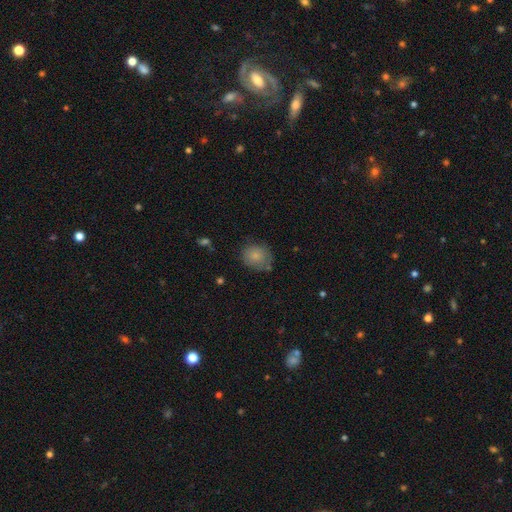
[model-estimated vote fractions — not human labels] A smooth galaxy with no disk features (81%) that is round (70%).

Vote fractions:
- Smooth or featured? smooth: 81% / featured or disk: 10% / star or artifact: 9%
- How rounded? round: 70% / in between: 29% / cigar-shaped: 1%
- Merging? none: 67% / minor disturbance: 22% / major disturbance: 6% / merger: 4%